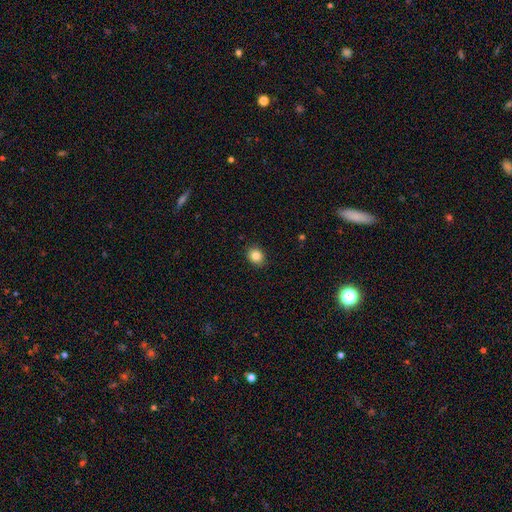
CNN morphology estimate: Smooth or featured? smooth (86%)
How rounded? round (67%)
Merging? none (89%)